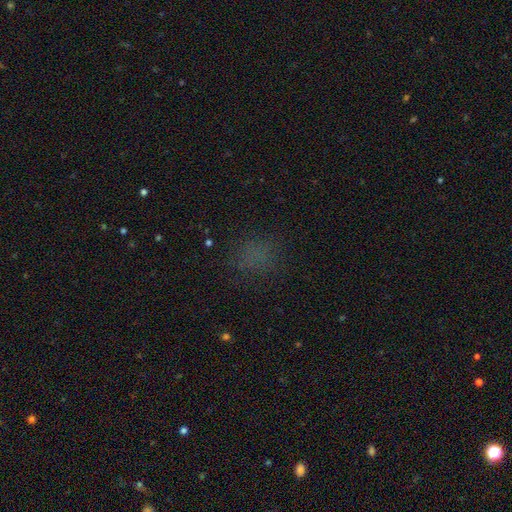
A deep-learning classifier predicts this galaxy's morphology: type=smooth (61%); roundness=round (72%); merging=none (79%).